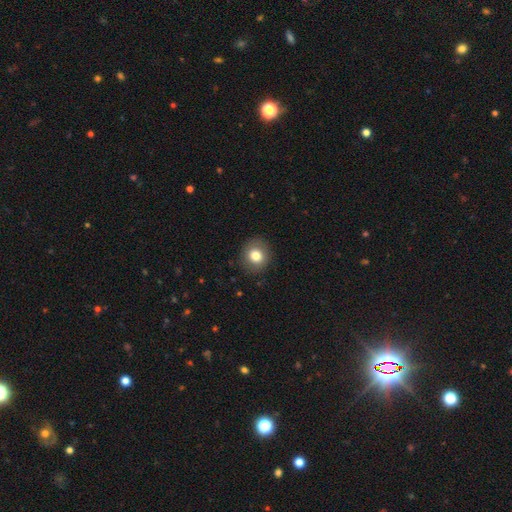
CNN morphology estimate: A smooth galaxy with no disk features (80%) that is round (82%).

Vote fractions:
- Smooth or featured? smooth: 80% / featured or disk: 10% / star or artifact: 10%
- How rounded? round: 82% / in between: 17% / cigar-shaped: 1%
- Merging? none: 88% / minor disturbance: 8% / major disturbance: 3% / merger: 1%